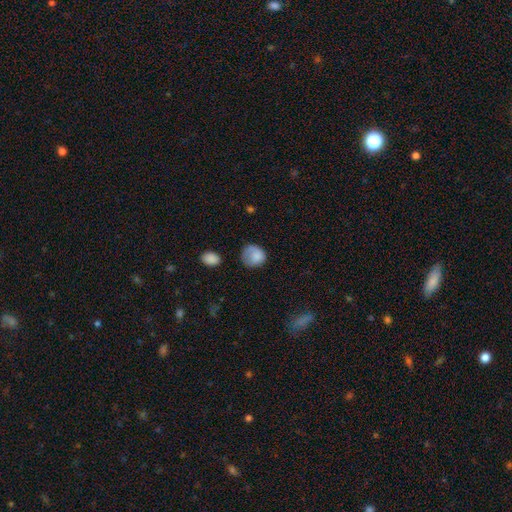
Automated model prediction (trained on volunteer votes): smooth_or_featured: smooth (p=0.82) [alt: featured or disk p=0.10]
how_rounded: round (p=0.74) [alt: in between p=0.25]
merging: none (p=0.53) [alt: minor disturbance p=0.29]